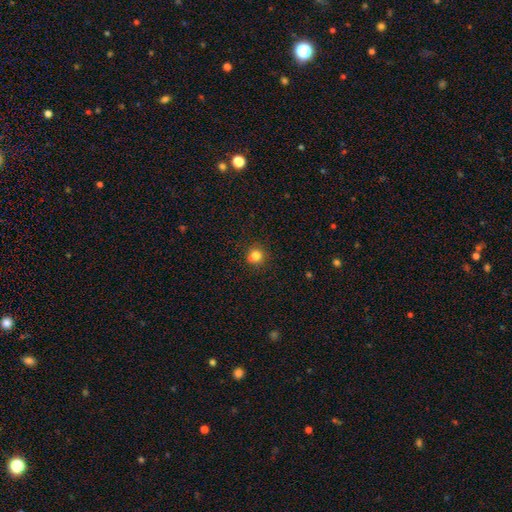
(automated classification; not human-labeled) Overall: smooth (80%). How rounded: round (88%). Merging: none (77%).